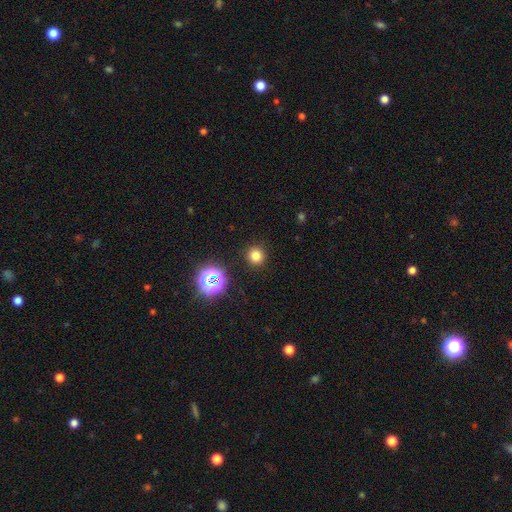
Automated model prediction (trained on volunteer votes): A smooth galaxy with no disk features (77%) that is round (95%).

Vote fractions:
- Smooth or featured? smooth: 77% / star or artifact: 18% / featured or disk: 5%
- How rounded? round: 95% / in between: 4% / cigar-shaped: 1%
- Merging? none: 91% / minor disturbance: 5% / major disturbance: 2% / merger: 1%